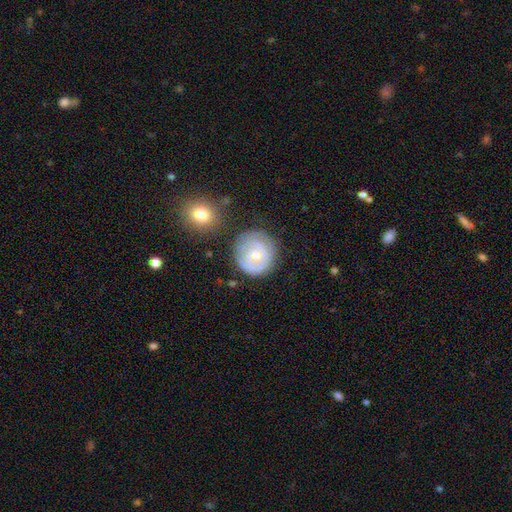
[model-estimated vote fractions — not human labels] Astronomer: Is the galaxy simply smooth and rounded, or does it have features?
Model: featured or disk — 64%.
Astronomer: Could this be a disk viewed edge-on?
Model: no — 98%.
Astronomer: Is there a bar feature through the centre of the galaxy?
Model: no — 77%.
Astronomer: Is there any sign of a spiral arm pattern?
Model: yes — 78%.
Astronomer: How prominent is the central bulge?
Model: small — 54% (runner-up: moderate, 43%).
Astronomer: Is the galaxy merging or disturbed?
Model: none — 68%.